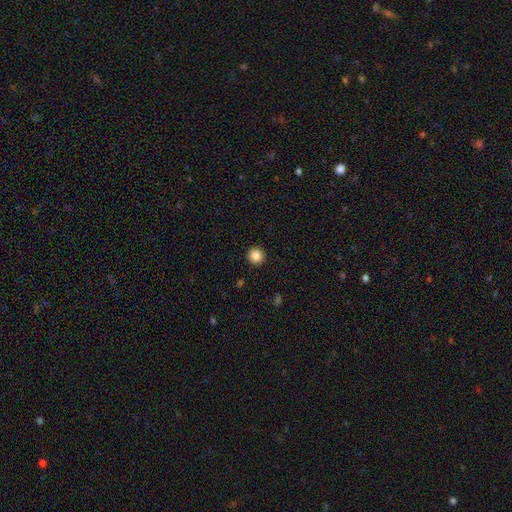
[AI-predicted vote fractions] A smooth galaxy with no disk features (86%) that is round (95%).

Vote fractions:
- Smooth or featured? smooth: 86% / star or artifact: 10% / featured or disk: 4%
- How rounded? round: 95% / in between: 4% / cigar-shaped: 1%
- Merging? none: 93% / minor disturbance: 4% / major disturbance: 2% / merger: 1%